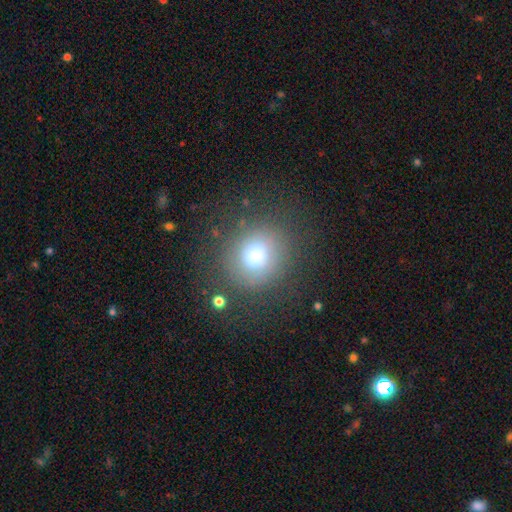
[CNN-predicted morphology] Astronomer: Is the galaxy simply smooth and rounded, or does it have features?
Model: smooth — 72%.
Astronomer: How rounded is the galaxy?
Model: round — 80%.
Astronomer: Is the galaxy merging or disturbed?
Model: none — 80%.